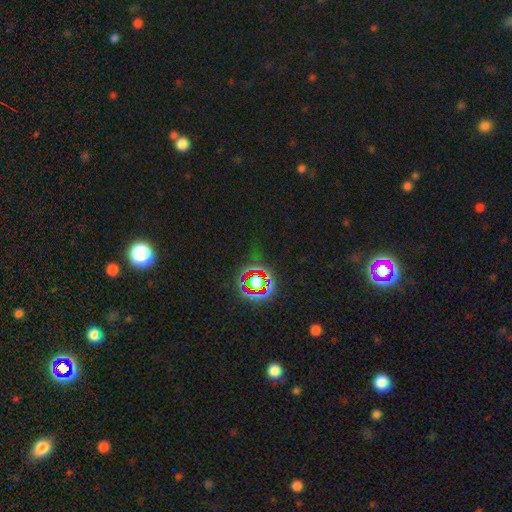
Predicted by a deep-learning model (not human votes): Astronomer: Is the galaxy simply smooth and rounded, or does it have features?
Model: star or artifact — 75%.